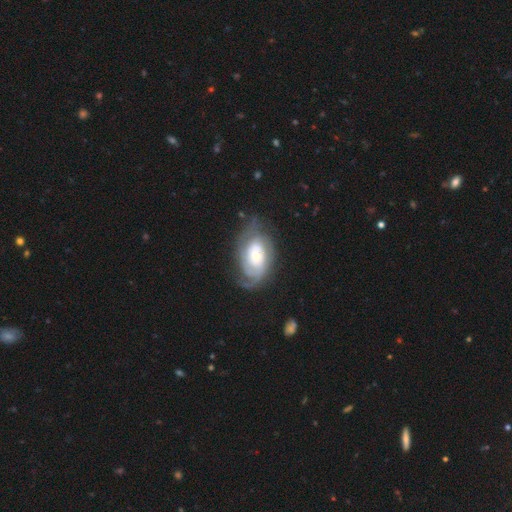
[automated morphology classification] Overall: featured or disk (79%). Edge-on disk: no (96%). Bar: no (75%). Spiral arms: yes (89%). Spiral arm count: can't tell (36%; 2 35%). Spiral winding: tight (58%; medium 30%). Bulge size: small (42%; moderate 41%). Merging: none (60%; minor disturbance 22%).